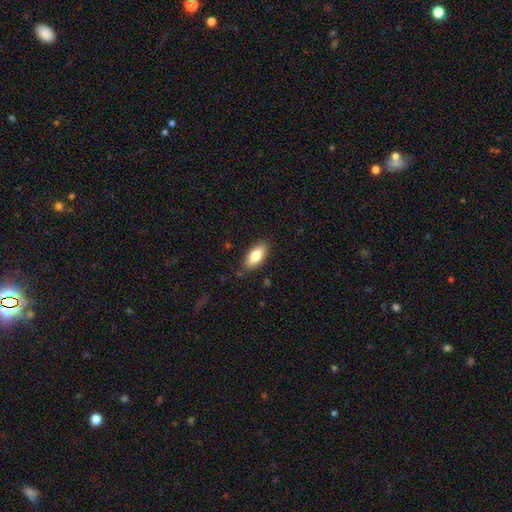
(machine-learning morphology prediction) smooth-or-featured: smooth: 80% | featured or disk: 13% | star or artifact: 7%
  how-rounded: in between: 88% | cigar-shaped: 9% | round: 2%
  merging: none: 85% | minor disturbance: 12% | major disturbance: 2% | merger: 1%